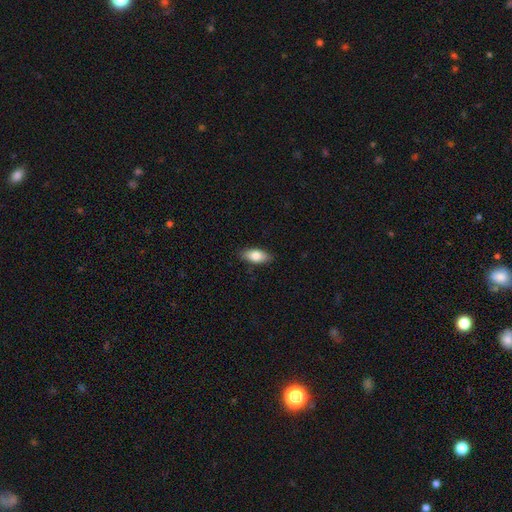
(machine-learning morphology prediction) smooth 81%, featured or disk 12%, star or artifact 7%. Down the decision tree: how rounded — in between (87%); merging — none (86%).